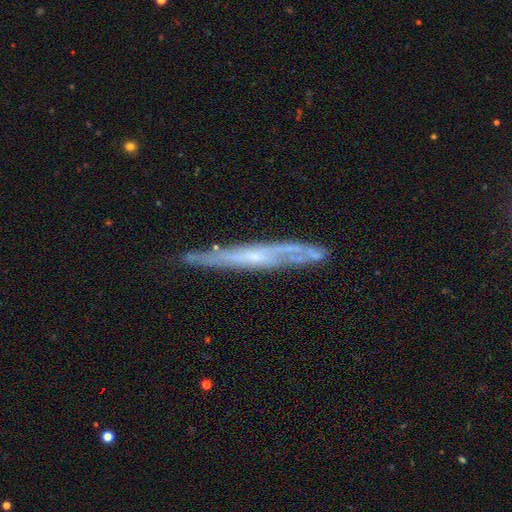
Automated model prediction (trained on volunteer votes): Smooth or featured?
  - featured or disk: 74% *
  - smooth: 19%
  - star or artifact: 7%
Edge-on disk?
  - yes: 76% *
  - no: 24%
Edge-on bulge?
  - none: 62% *
  - rounded: 33%
  - boxy: 5%
Merging?
  - none: 73% *
  - minor disturbance: 20%
  - major disturbance: 4%
  - merger: 3%